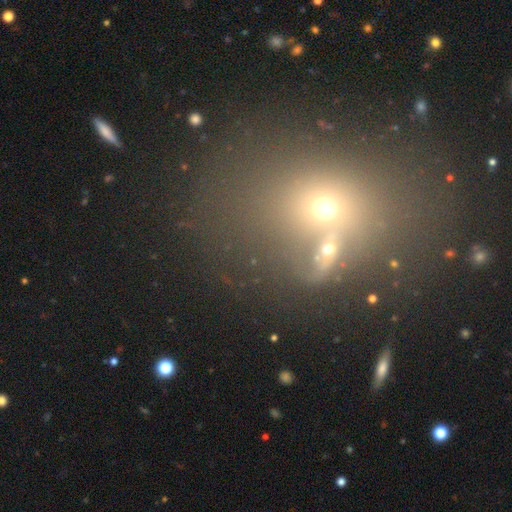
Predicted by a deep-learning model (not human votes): Smooth or featured: smooth — 43% (star or artifact — 41%)
Merging: none — 55% (merger — 27%)